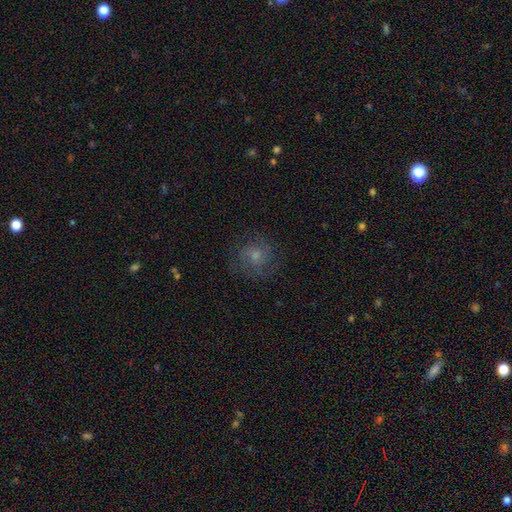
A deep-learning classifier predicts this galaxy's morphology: Q: Smooth or featured?
A: featured or disk (54%); runner-up: smooth (34%)
Q: Edge-on disk?
A: no (98%); runner-up: yes (2%)
Q: Bar?
A: no (71%); runner-up: weak (26%)
Q: Spiral arms?
A: yes (87%); runner-up: no (13%)
Q: Bulge size?
A: small (47%); runner-up: moderate (38%)
Q: Merging?
A: none (74%); runner-up: minor disturbance (16%)